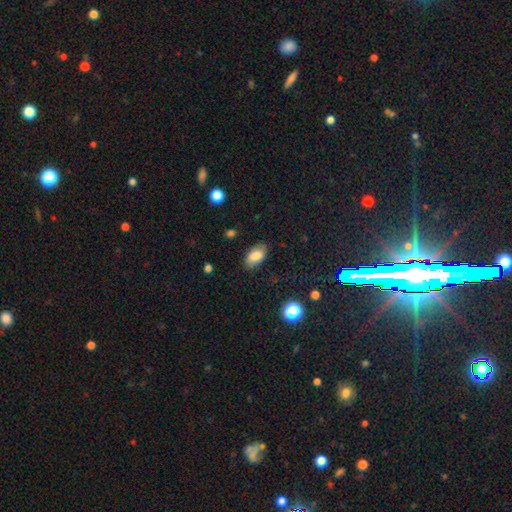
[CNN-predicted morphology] smooth 83%, featured or disk 9%, star or artifact 8%. Down the decision tree: how rounded — in between (93%); merging — none (82%).